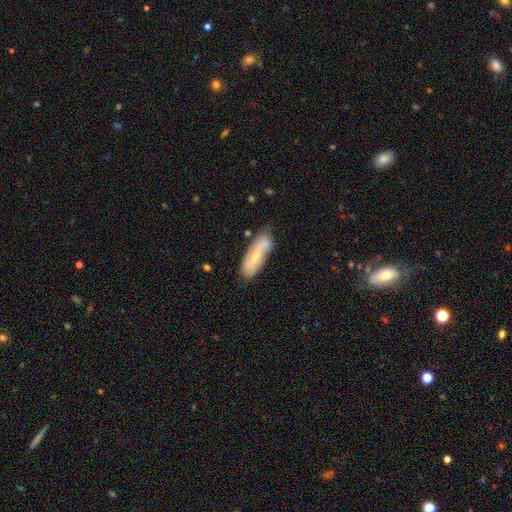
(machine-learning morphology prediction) This is possibly a featured or disk galaxy (55%). It is clearly not viewed edge-on (81%). Merging: likely none (70%).